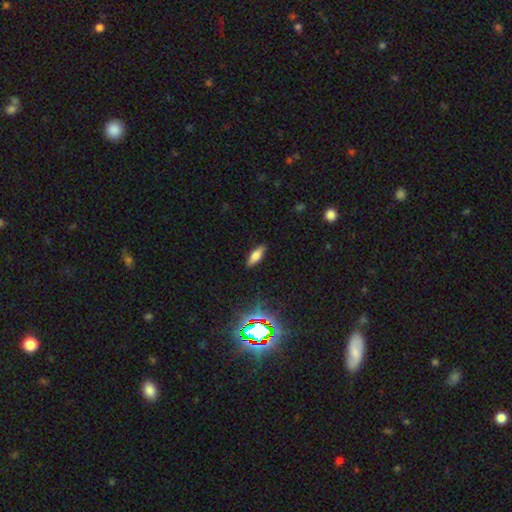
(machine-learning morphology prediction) smooth 67%, featured or disk 19%, star or artifact 14%. Down the decision tree: how rounded — in between (64%); merging — none (88%).